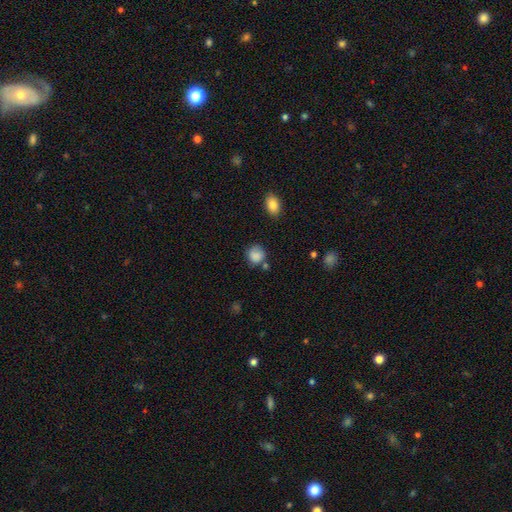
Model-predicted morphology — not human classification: Q: Smooth or featured?
A: smooth (85%); runner-up: star or artifact (9%)
Q: How rounded?
A: round (79%); runner-up: in between (20%)
Q: Merging?
A: none (66%); runner-up: minor disturbance (20%)